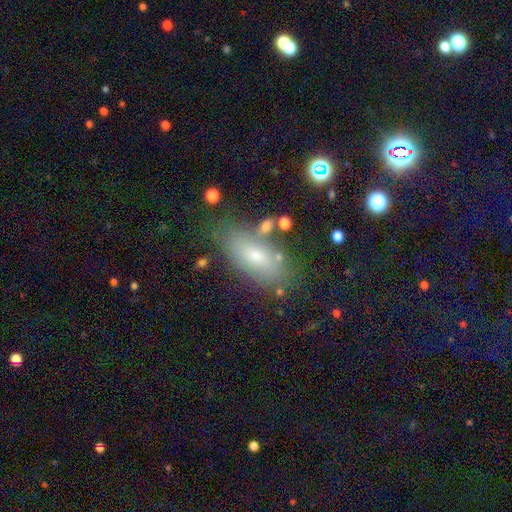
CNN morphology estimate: Smooth or featured? smooth (67%)
How rounded? in between (81%)
Merging? none (74%)